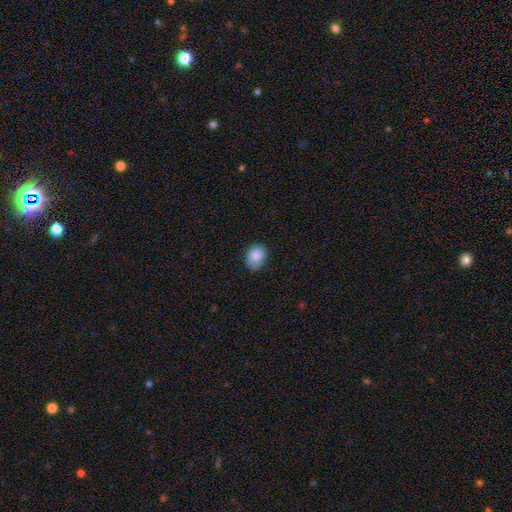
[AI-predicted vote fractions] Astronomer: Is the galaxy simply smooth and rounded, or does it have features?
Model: smooth — 86%.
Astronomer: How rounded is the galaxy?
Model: in between — 60% (runner-up: round, 39%).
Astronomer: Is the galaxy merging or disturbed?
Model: none — 78%.